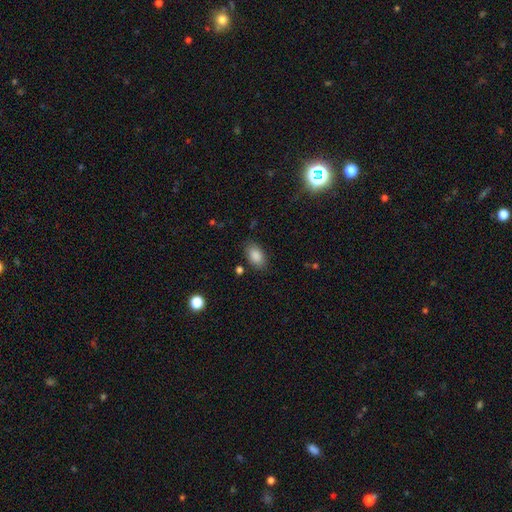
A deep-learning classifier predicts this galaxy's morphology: smooth-or-featured: smooth: 87% | star or artifact: 8% | featured or disk: 5%
  how-rounded: in between: 91% | round: 7% | cigar-shaped: 2%
  merging: none: 83% | minor disturbance: 12% | major disturbance: 3% | merger: 2%